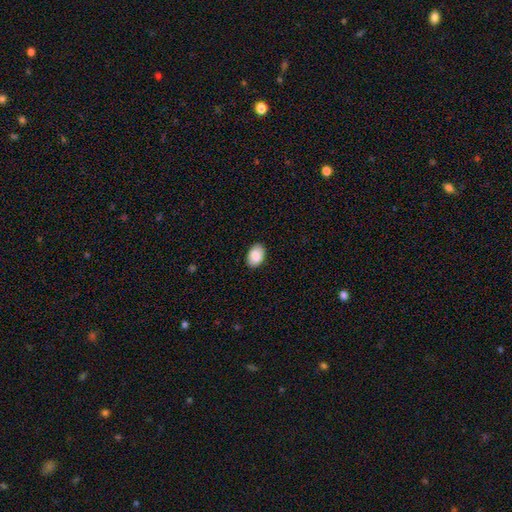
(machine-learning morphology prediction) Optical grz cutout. It shows a smooth galaxy with no disk features (87%) that is in between round and cigar-shaped (88%). Merging: none (88%).